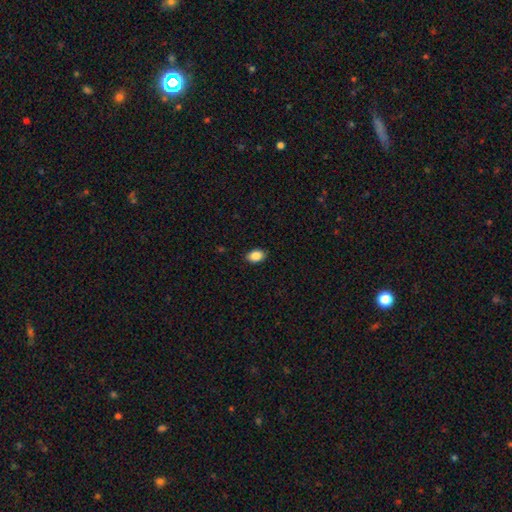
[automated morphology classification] Q: Smooth or featured?
A: smooth (88%); runner-up: star or artifact (8%)
Q: How rounded?
A: in between (86%); runner-up: round (13%)
Q: Merging?
A: none (88%); runner-up: minor disturbance (9%)